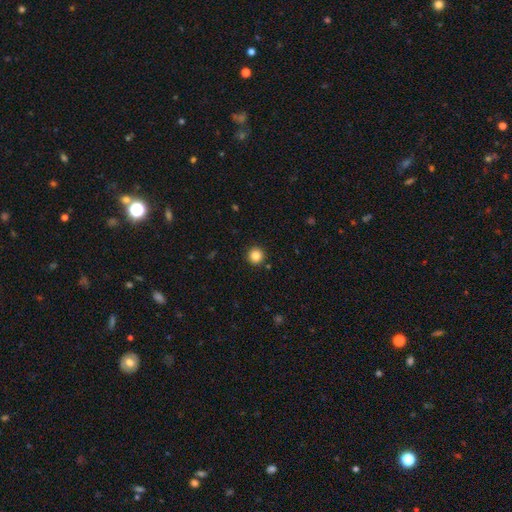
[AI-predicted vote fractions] Smooth or featured?
  - smooth: 84% *
  - star or artifact: 11%
  - featured or disk: 5%
How rounded?
  - round: 96% *
  - in between: 3%
  - cigar-shaped: 1%
Merging?
  - none: 93% *
  - minor disturbance: 5%
  - major disturbance: 2%
  - merger: 1%